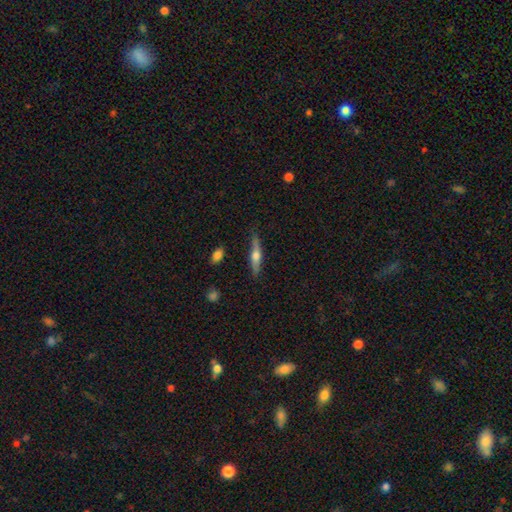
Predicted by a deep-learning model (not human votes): Smooth or featured? featured or disk (57%)
Edge-on disk? yes (95%)
Edge-on bulge? rounded (91%)
Merging? none (84%)